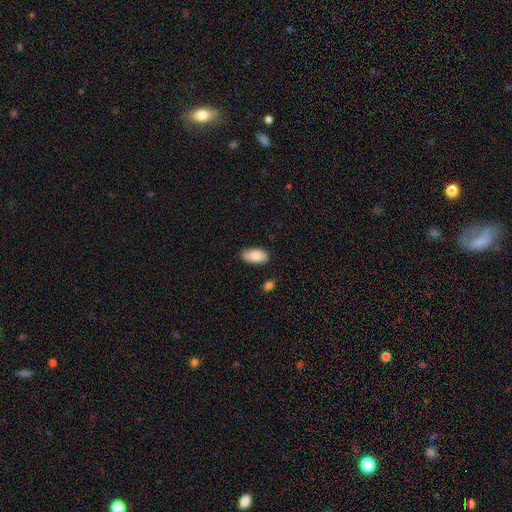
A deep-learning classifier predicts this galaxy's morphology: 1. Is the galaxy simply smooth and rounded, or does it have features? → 85% smooth, 8% featured or disk, 6% star or artifact.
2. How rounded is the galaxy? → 92% in between, 5% cigar-shaped, 3% round.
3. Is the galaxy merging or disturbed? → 79% none, 15% minor disturbance, 3% major disturbance, 3% merger.